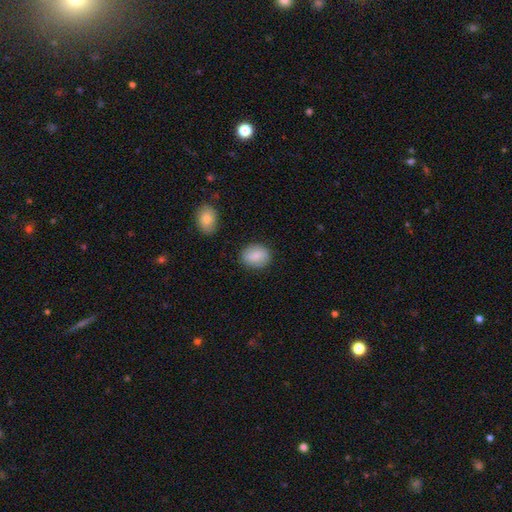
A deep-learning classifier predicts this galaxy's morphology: Smooth or featured? Predicted: smooth (p=0.84). How rounded? Predicted: in between (p=0.58). Merging? Predicted: none (p=0.84).